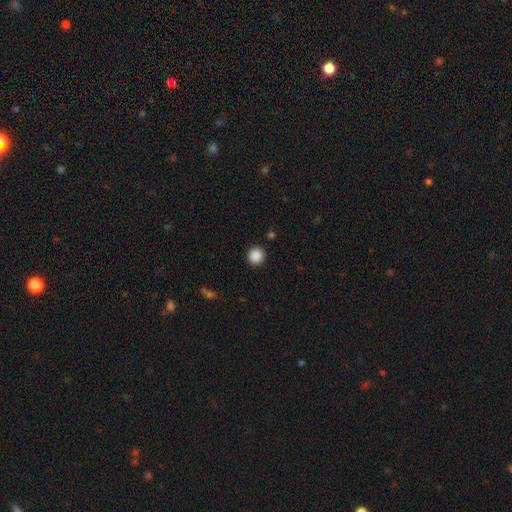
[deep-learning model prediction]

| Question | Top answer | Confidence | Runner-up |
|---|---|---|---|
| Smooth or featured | smooth | 88% | star or artifact (10%) |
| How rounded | round | 93% | in between (6%) |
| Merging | none | 91% | minor disturbance (5%) |